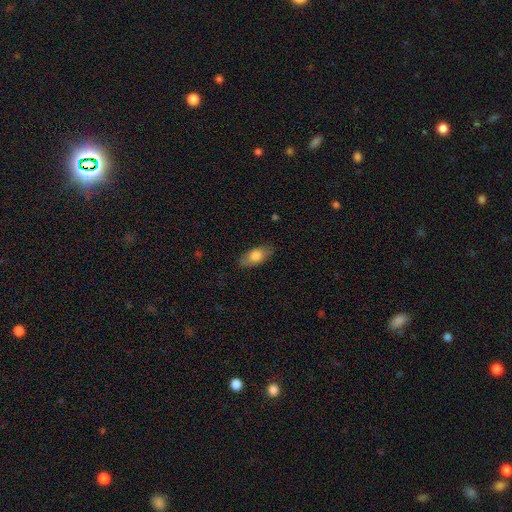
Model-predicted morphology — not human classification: Overall: smooth (76%). How rounded: in between (87%). Merging: none (84%).